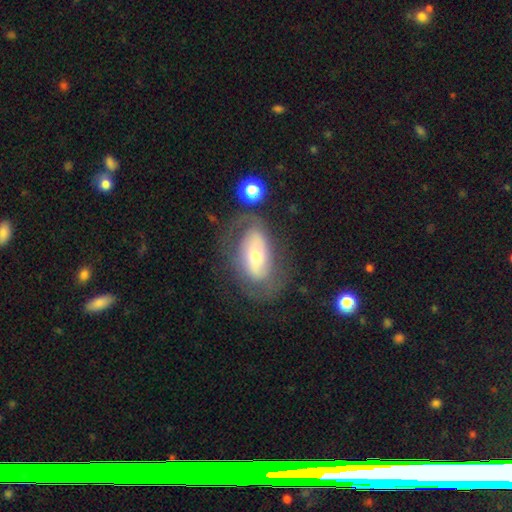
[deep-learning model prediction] smooth-or-featured: featured or disk: 64% | smooth: 29% | star or artifact: 7%
  disk-edge-on: no: 91% | yes: 9%
    bar: no: 54% | weak: 26% | strong: 20%
    has-spiral-arms: yes: 61% | no: 39%
    bulge-size: moderate: 53% | small: 40% | large: 5% | dominant: 1% | none: 1%
  merging: none: 63% | minor disturbance: 18% | major disturbance: 15% | merger: 4%